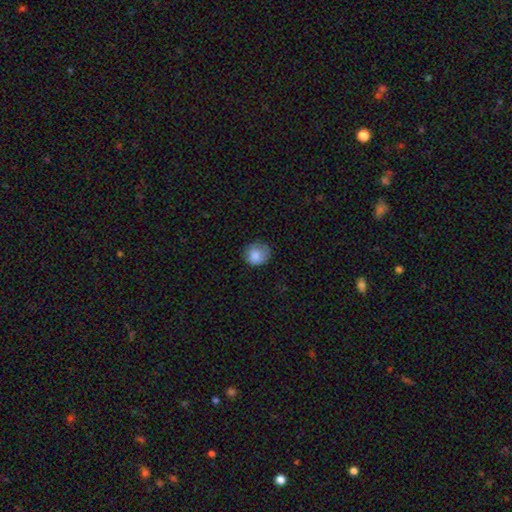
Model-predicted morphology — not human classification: smooth_or_featured: smooth (p=0.84) [alt: star or artifact p=0.08]
how_rounded: round (p=0.80) [alt: in between p=0.19]
merging: none (p=0.71) [alt: minor disturbance p=0.22]